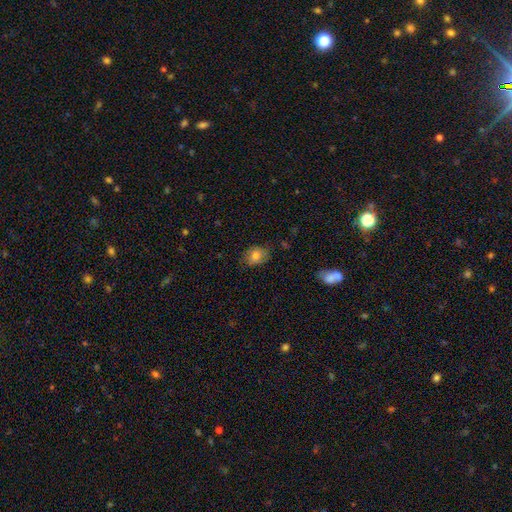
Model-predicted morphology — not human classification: type=smooth (79%); roundness=in between (69%); merging=none (74%).